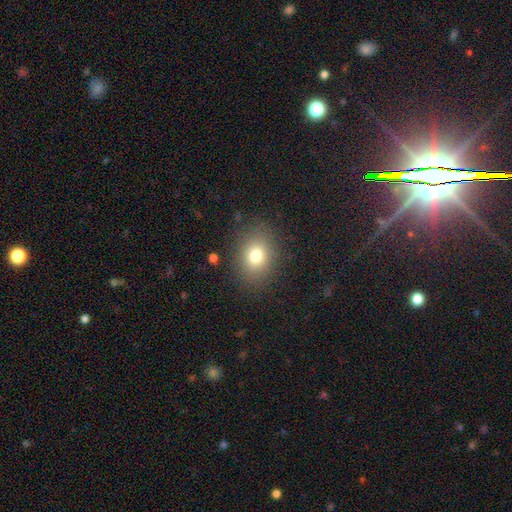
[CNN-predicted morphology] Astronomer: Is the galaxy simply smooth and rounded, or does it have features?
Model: smooth — 76%.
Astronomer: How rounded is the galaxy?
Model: in between — 50% (runner-up: round, 49%).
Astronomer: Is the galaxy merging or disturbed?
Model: none — 85%.